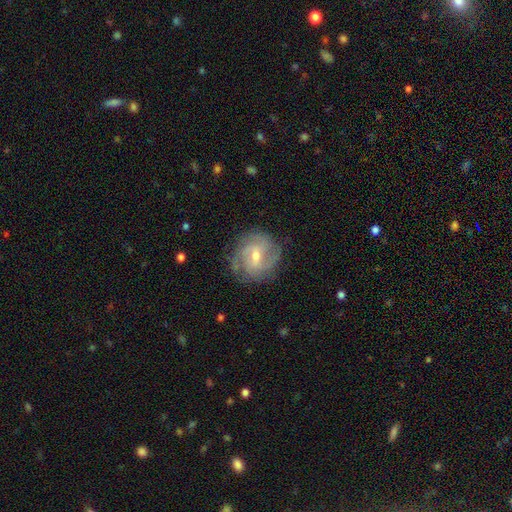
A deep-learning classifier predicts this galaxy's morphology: The model was most divided on "spiral arm count": 2: 36%, can't tell: 31%, 3: 19%, 4: 7%, 1: 4%, more than 4: 4%. Remaining: edge-on disk — no (97%); spiral arms — yes (90%); smooth or featured — featured or disk (77%); merging — none (77%); bar — weak (57%); bulge size — moderate (51%); spiral winding — tight (48%).